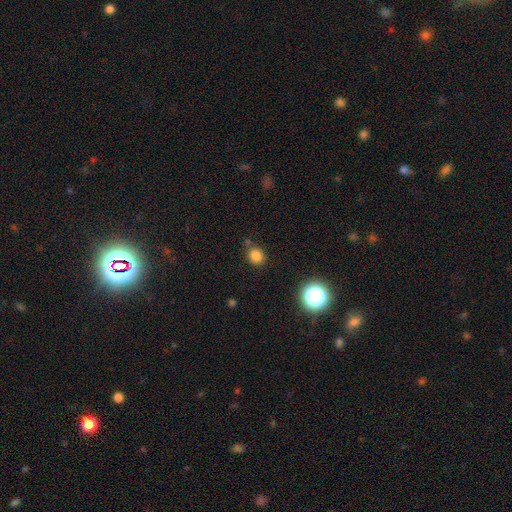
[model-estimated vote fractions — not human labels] This is clearly a smooth galaxy (81%). How rounded: likely round (80%). Merging: likely none (78%).